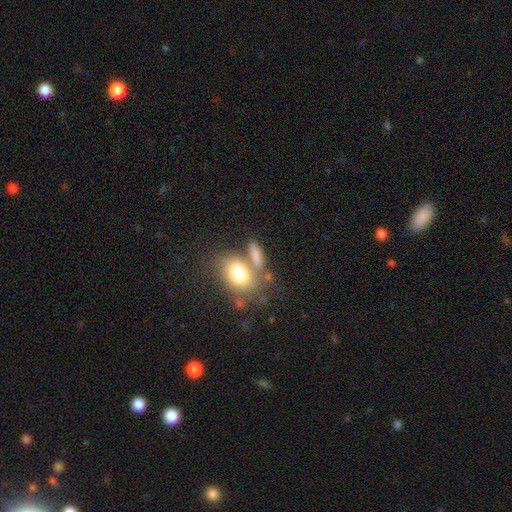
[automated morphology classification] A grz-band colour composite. It shows a smooth galaxy with no disk features (78%) that is in between round and cigar-shaped (74%). Merging: none (48%).